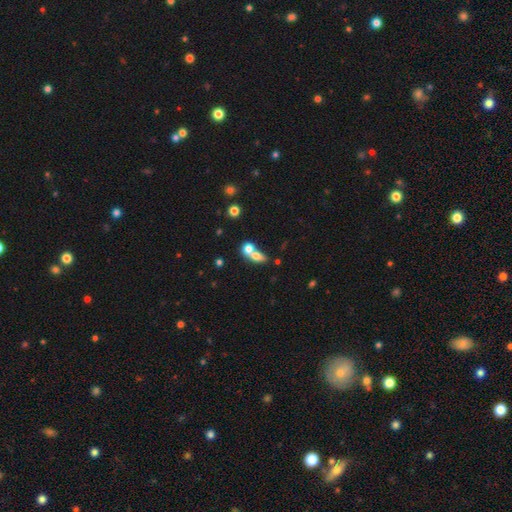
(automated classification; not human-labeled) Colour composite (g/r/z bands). It shows a smooth galaxy with no disk features (70%) that is in between round and cigar-shaped (59%). Merging: merger (64%).